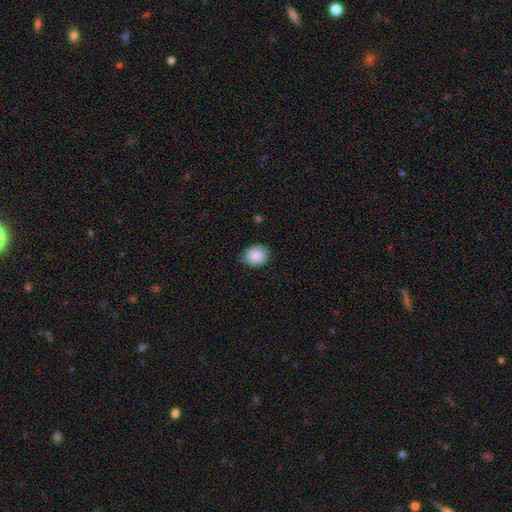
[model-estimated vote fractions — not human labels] Smooth or featured: smooth — 86% (star or artifact — 7%)
How rounded: round — 70% (in between — 29%)
Merging: none — 78% (minor disturbance — 18%)